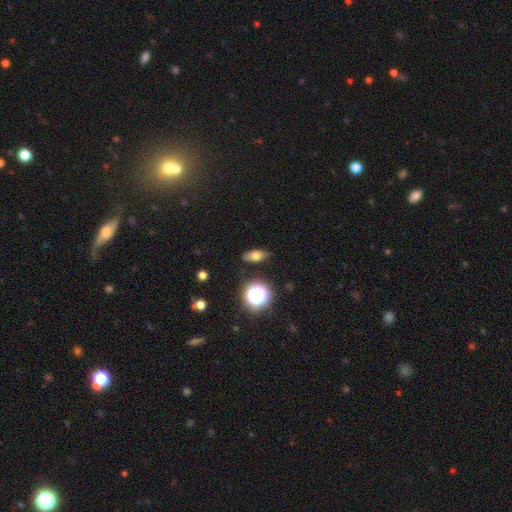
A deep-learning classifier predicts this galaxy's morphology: Overall: smooth (70%). How rounded: in between (76%). Merging: none (83%).